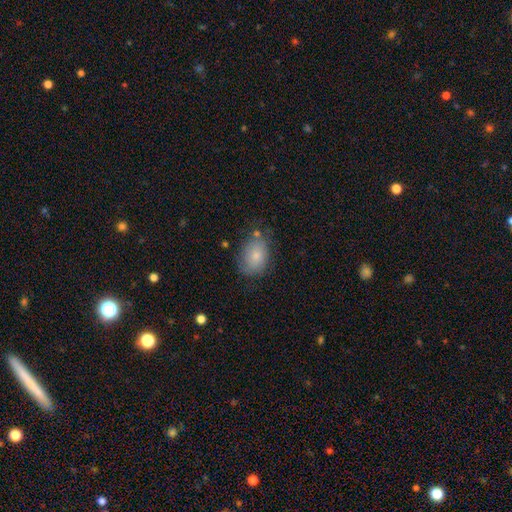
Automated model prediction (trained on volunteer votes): smooth-or-featured: smooth: 77% | featured or disk: 15% | star or artifact: 8%
  how-rounded: in between: 81% | round: 17% | cigar-shaped: 1%
  merging: none: 64% | minor disturbance: 24% | major disturbance: 7% | merger: 4%